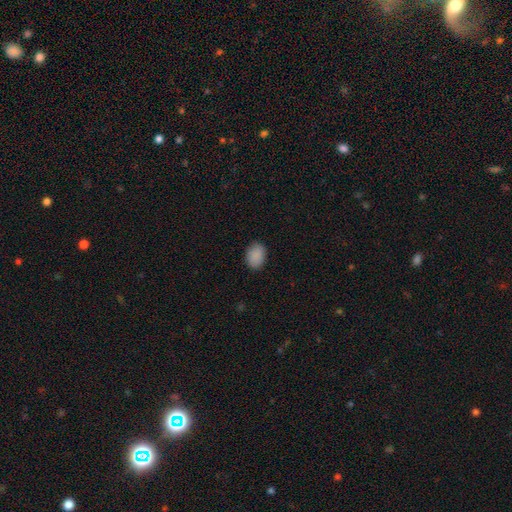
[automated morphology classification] Smooth or featured?
  - smooth: 89% *
  - star or artifact: 8%
  - featured or disk: 3%
How rounded?
  - in between: 71% *
  - round: 28%
  - cigar-shaped: 1%
Merging?
  - none: 87% *
  - minor disturbance: 10%
  - major disturbance: 2%
  - merger: 1%